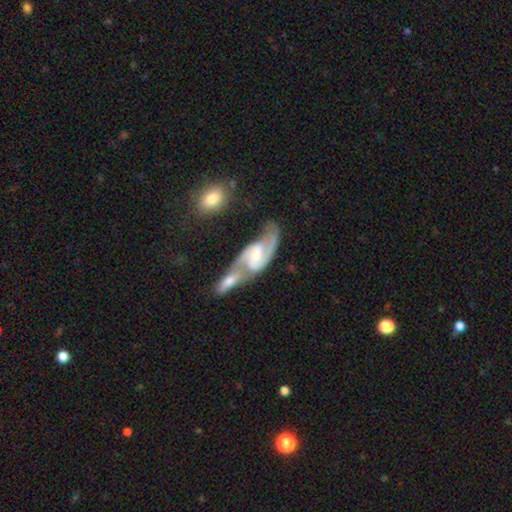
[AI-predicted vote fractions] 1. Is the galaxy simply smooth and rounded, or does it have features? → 86% featured or disk, 9% smooth, 5% star or artifact.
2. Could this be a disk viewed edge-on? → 95% no, 5% yes.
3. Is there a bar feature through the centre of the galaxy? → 48% weak, 29% no, 23% strong.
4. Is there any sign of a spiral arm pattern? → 96% yes, 4% no.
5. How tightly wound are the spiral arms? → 50% medium, 37% loose, 14% tight.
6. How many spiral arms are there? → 91% 2, 3% can't tell, 2% 1, 1% 3, 1% 4, 1% more than 4.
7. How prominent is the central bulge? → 45% moderate, 39% small, 8% large, 7% none, 2% dominant.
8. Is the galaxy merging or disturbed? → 55% merger, 27% none, 11% minor disturbance, 7% major disturbance.